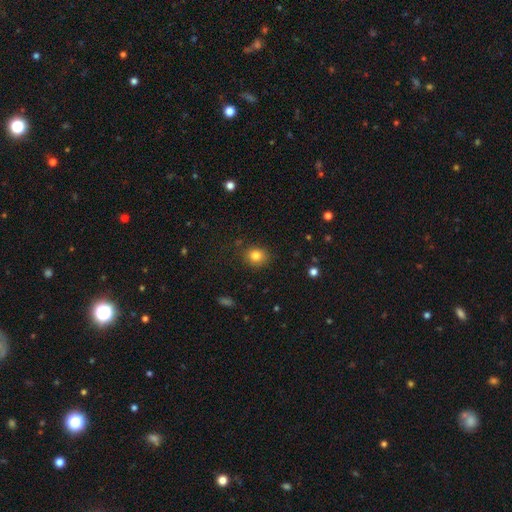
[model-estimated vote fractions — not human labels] Smooth or featured: smooth — 82% (star or artifact — 11%)
How rounded: round — 72% (in between — 27%)
Merging: none — 85% (minor disturbance — 11%)